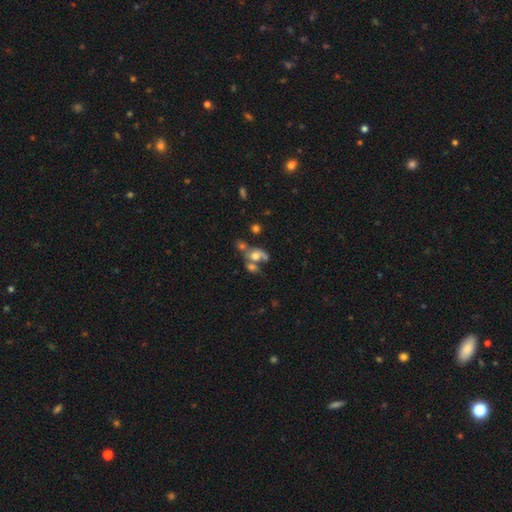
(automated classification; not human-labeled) A smooth galaxy with no disk features (50%).

Vote fractions:
- Smooth or featured? smooth: 50% / featured or disk: 36% / star or artifact: 14%
- Merging? merger: 53% / none: 22% / major disturbance: 15% / minor disturbance: 11%